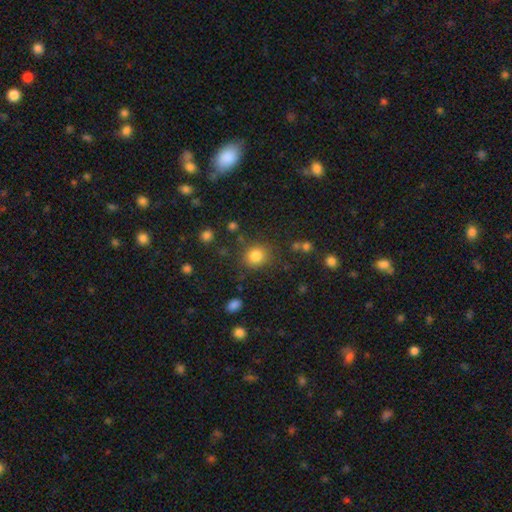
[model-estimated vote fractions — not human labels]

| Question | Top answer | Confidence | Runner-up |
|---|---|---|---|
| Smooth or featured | smooth | 82% | star or artifact (12%) |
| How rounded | round | 82% | in between (17%) |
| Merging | none | 81% | minor disturbance (11%) |